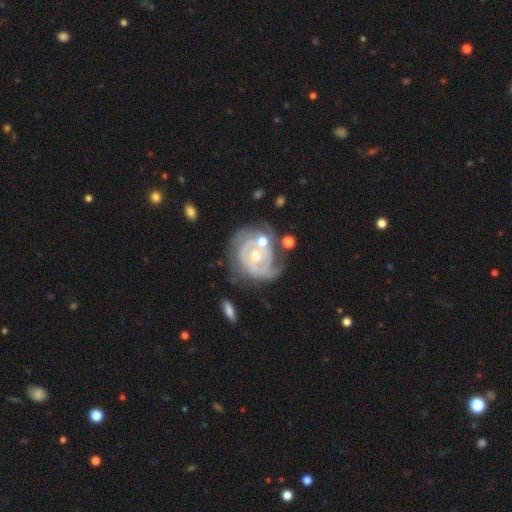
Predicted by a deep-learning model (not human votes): Morphology: type=featured or disk (82%); edge-on=no (97%); bar=no (75%); spiral arms=yes (86%); winding=tight (65%); arm count=2 (37%); bulge=moderate (53%); merging=none (47%).